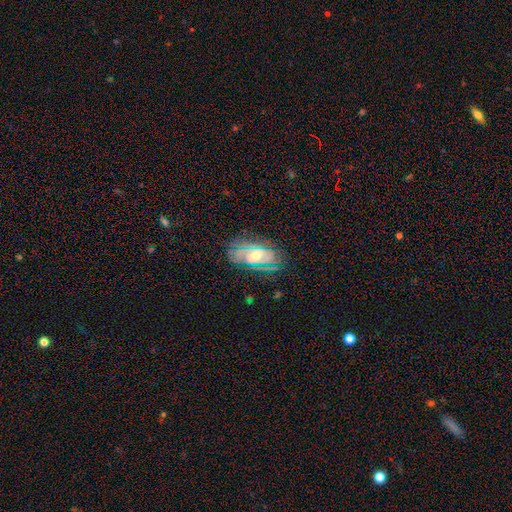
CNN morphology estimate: A featured or disk galaxy (62%) with no bar (68%), spiral arms (79%) and a moderate central bulge (62%). Merging: none (79%).